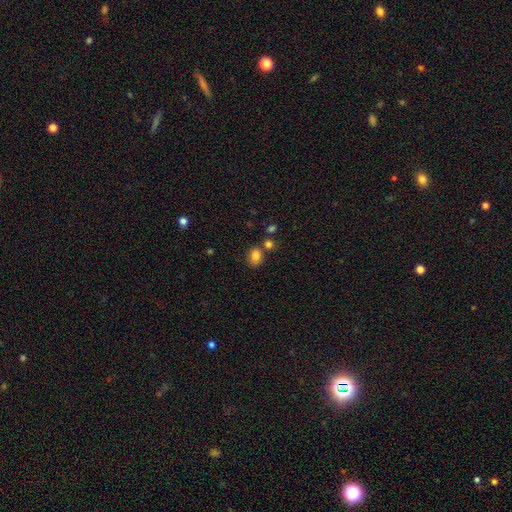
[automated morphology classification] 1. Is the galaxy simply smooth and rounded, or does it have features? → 83% smooth, 11% star or artifact, 6% featured or disk.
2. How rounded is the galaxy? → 63% in between, 36% round, 1% cigar-shaped.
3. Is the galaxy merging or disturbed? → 66% none, 15% merger, 14% minor disturbance, 4% major disturbance.